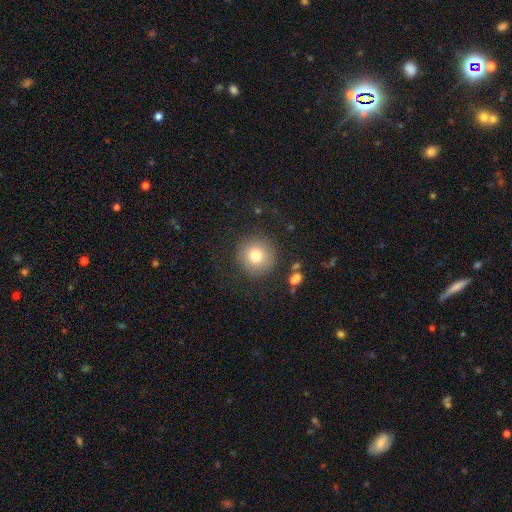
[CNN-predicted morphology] Smooth or featured?
  - smooth: 78% *
  - featured or disk: 12%
  - star or artifact: 11%
How rounded?
  - round: 95% *
  - in between: 4%
  - cigar-shaped: 1%
Merging?
  - none: 86% *
  - minor disturbance: 9%
  - major disturbance: 4%
  - merger: 2%